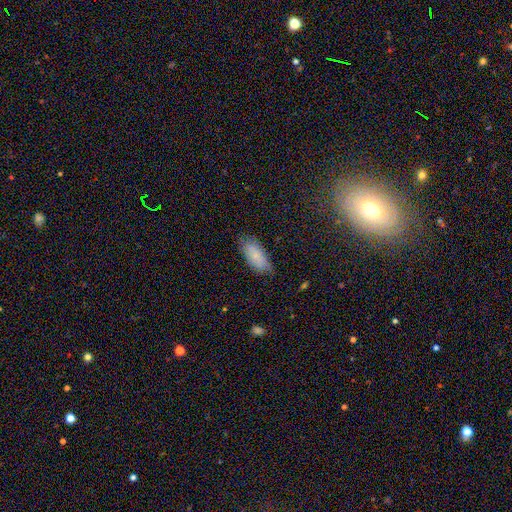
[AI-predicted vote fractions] A smooth galaxy with no disk features (75%) that is in between round and cigar-shaped (87%). Merging: none (72%).